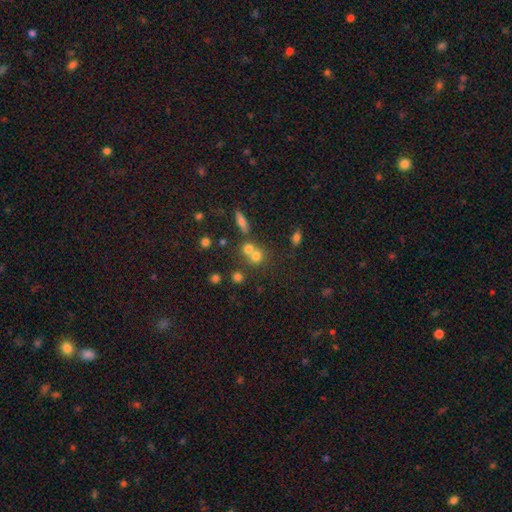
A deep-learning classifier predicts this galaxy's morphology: smooth_or_featured: smooth (p=0.68) [alt: star or artifact p=0.17]
how_rounded: round (p=0.80) [alt: in between p=0.18]
merging: merger (p=0.45) [alt: none p=0.44]